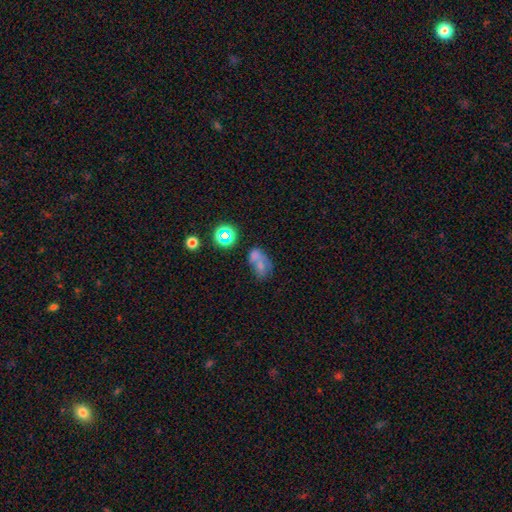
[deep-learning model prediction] A smooth galaxy with no disk features (57%) that is in between round and cigar-shaped (74%). Merging: merger (38%).